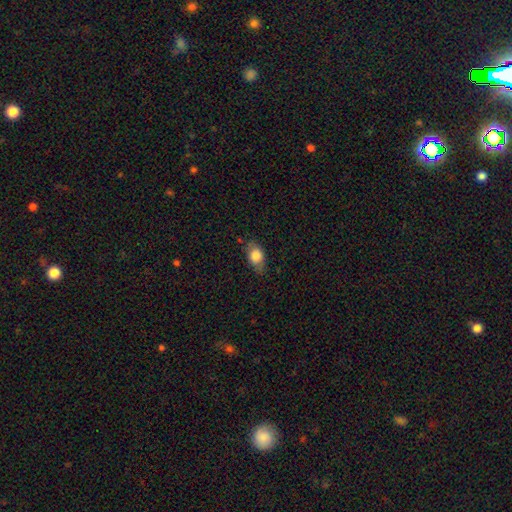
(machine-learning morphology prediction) Smooth or featured? Predicted: smooth (p=0.80). How rounded? Predicted: in between (p=0.79). Merging? Predicted: none (p=0.71).